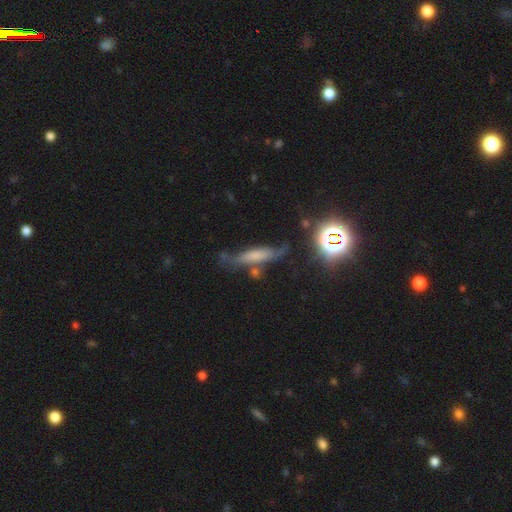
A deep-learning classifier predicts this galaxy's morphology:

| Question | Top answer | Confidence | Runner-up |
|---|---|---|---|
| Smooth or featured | smooth | 50% | featured or disk (34%) |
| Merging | none | 55% | minor disturbance (26%) |